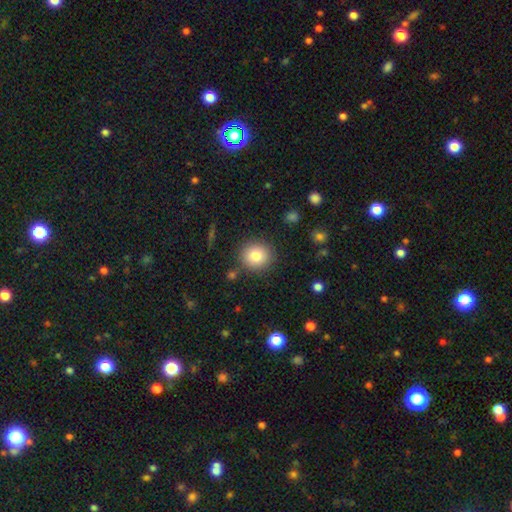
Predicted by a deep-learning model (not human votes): Morphology: type=smooth (80%); roundness=round (91%); merging=none (87%).